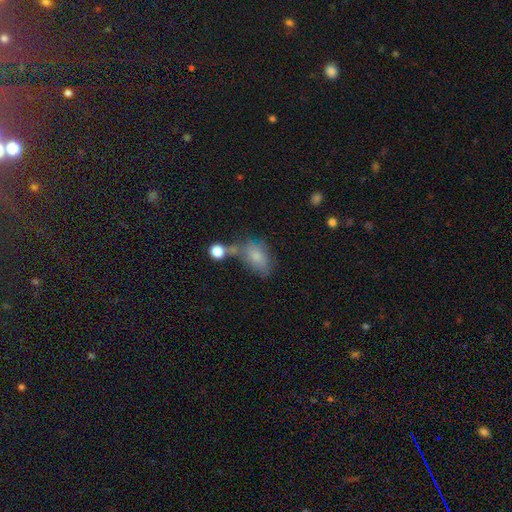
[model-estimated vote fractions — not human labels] A smooth galaxy with no disk features (73%) that is in between round and cigar-shaped (85%). Merging: none (38%).